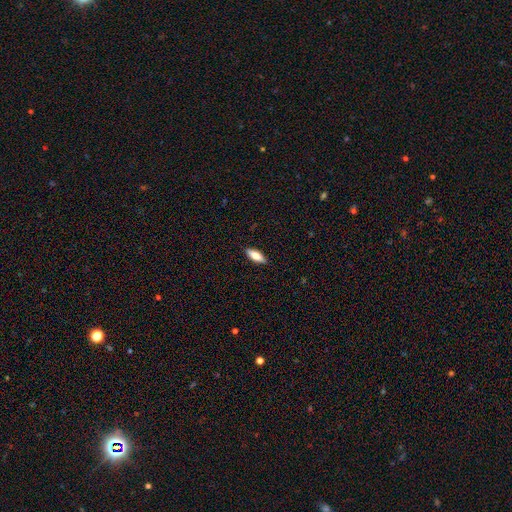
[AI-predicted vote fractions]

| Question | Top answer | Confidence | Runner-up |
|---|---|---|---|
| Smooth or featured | smooth | 72% | featured or disk (22%) |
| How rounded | in between | 67% | cigar-shaped (30%) |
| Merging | none | 89% | minor disturbance (8%) |